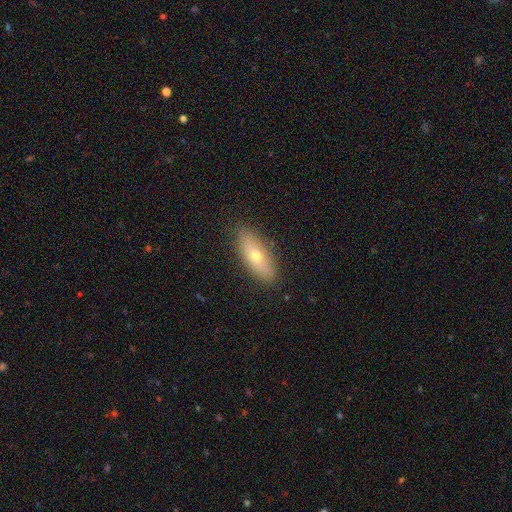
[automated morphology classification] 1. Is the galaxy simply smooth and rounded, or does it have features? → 61% smooth, 32% featured or disk, 7% star or artifact.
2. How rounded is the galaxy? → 64% in between, 33% cigar-shaped, 4% round.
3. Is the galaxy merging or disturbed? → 87% none, 9% minor disturbance, 2% major disturbance, 1% merger.